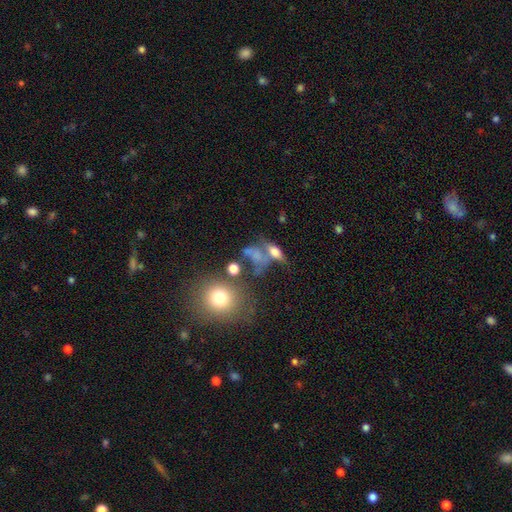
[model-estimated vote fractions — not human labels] Q: Smooth or featured?
A: smooth (52%); runner-up: featured or disk (31%)
Q: How rounded?
A: in between (58%); runner-up: round (31%)
Q: Merging?
A: merger (36%); runner-up: none (29%)